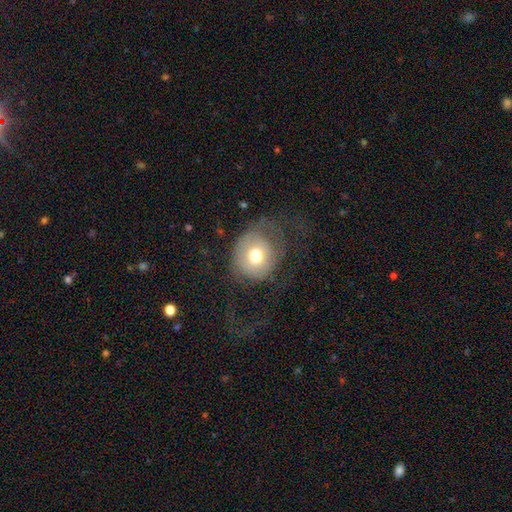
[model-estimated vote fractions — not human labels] The model was most divided on "merging": none: 47%, major disturbance: 29%, minor disturbance: 22%, merger: 2%. More confident: how rounded — round (81%); smooth or featured — smooth (66%).